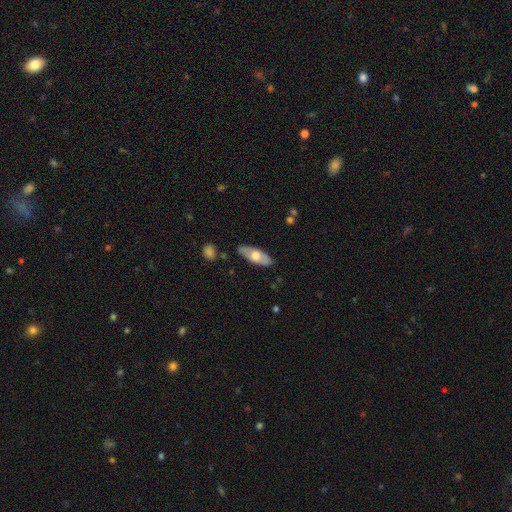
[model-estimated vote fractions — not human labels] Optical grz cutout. It shows a smooth galaxy with no disk features (56%) that is in between round and cigar-shaped (77%). Merging: none (84%).